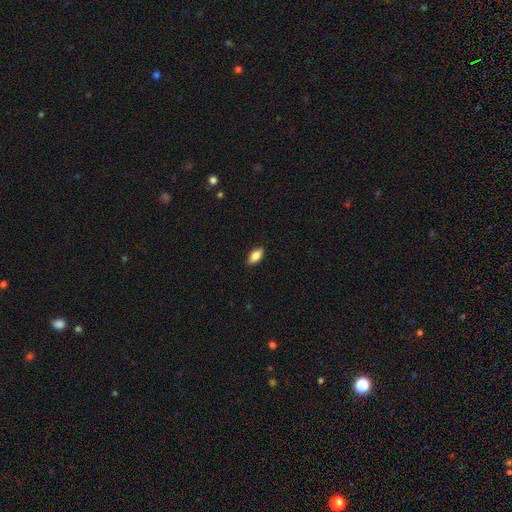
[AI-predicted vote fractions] Morphology: type=smooth (86%); roundness=in between (89%); merging=none (88%).